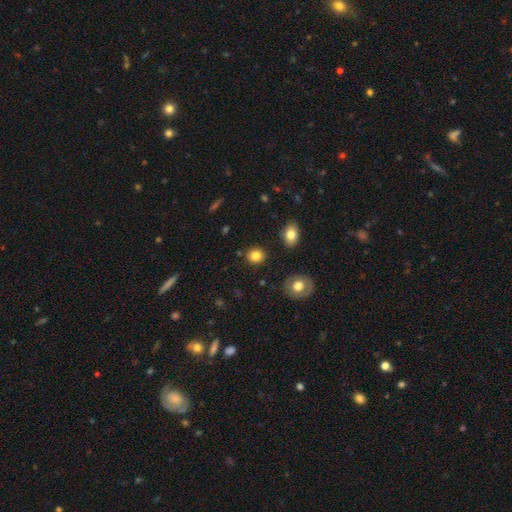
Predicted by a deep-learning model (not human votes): Smooth or featured? smooth (83%)
How rounded? round (86%)
Merging? none (87%)